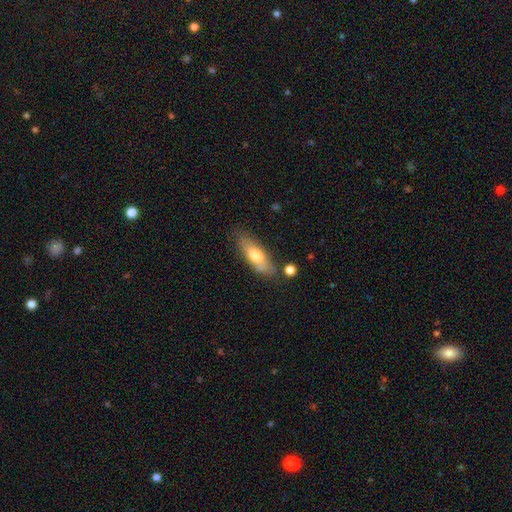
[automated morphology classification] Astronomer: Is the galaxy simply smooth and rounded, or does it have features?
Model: smooth — 64%.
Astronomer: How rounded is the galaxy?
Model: in between — 56% (runner-up: cigar-shaped, 42%).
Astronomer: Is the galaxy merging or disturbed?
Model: none — 72%.